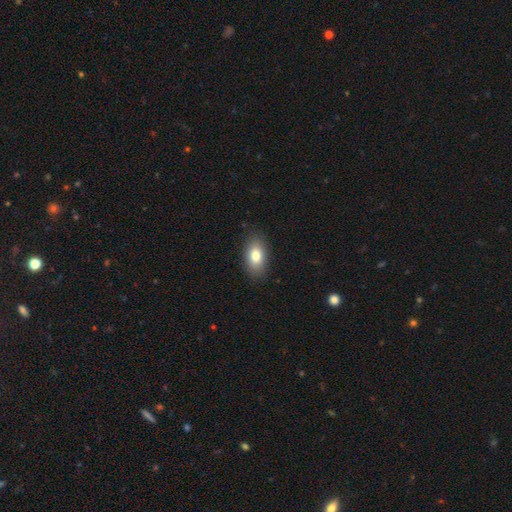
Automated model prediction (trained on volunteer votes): Morphology: type=smooth (81%); roundness=in between (91%); merging=none (87%).